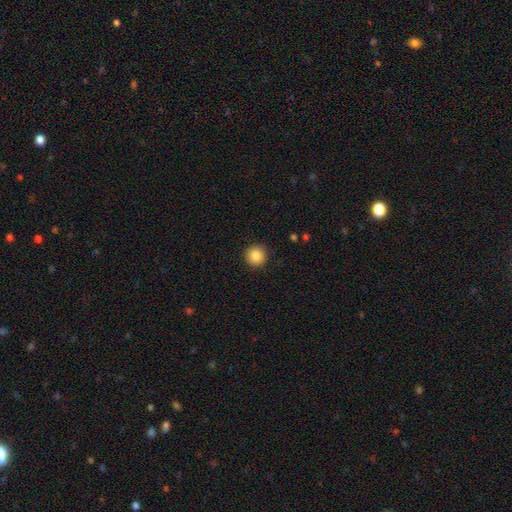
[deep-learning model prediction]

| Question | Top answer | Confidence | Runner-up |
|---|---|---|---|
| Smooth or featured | smooth | 86% | star or artifact (9%) |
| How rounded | round | 95% | in between (4%) |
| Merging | none | 91% | minor disturbance (6%) |